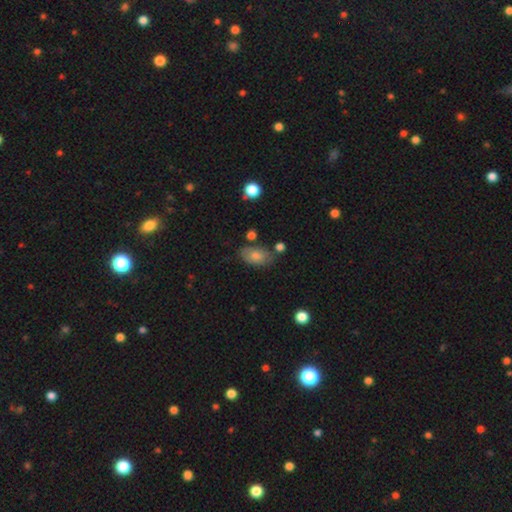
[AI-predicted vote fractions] smooth 72%, featured or disk 17%, star or artifact 12%. Down the decision tree: how rounded — in between (89%); merging — none (75%).